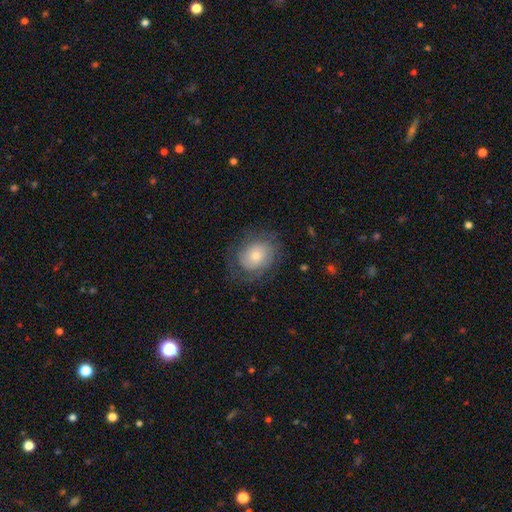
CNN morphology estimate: A smooth galaxy with no disk features (50%) that is round (54%). Merging: none (69%).